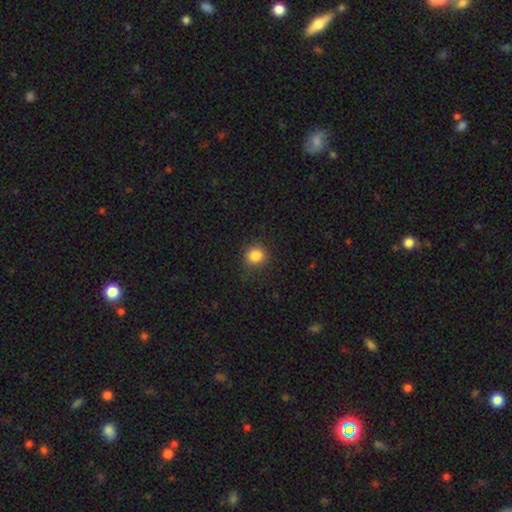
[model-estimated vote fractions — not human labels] Morphology: type=smooth (85%); roundness=round (87%); merging=none (86%).